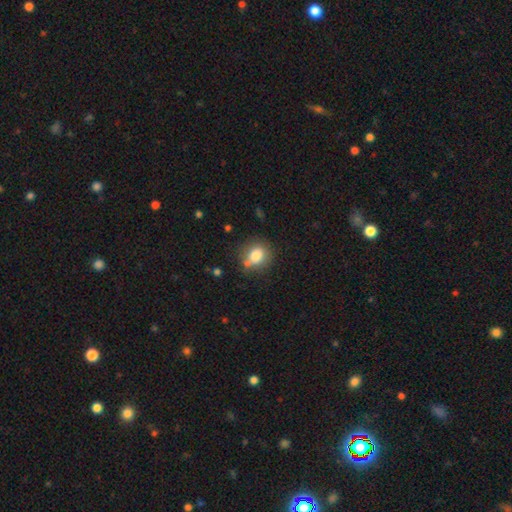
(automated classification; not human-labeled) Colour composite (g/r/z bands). It shows a smooth galaxy with no disk features (80%) that is round (68%). Merging: none (63%).